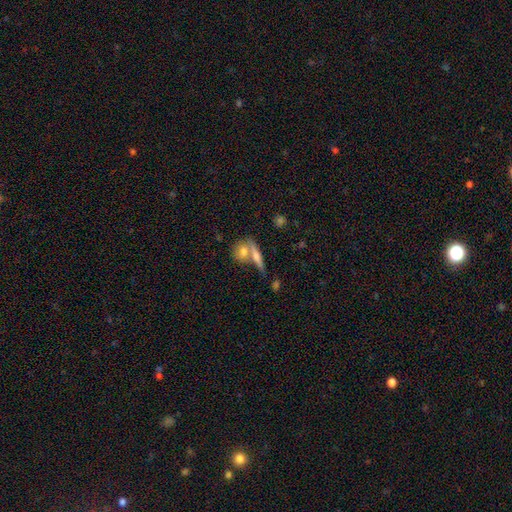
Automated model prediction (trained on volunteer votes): Q: Smooth or featured?
A: smooth (53%); runner-up: featured or disk (38%)
Q: How rounded?
A: cigar-shaped (53%); runner-up: in between (28%)
Q: Merging?
A: none (54%); runner-up: merger (33%)